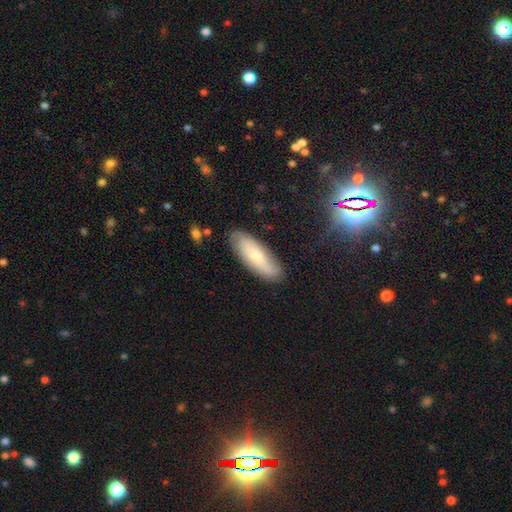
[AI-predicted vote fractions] This appears to be a smooth galaxy with no disk features (59%) that is in between round and cigar-shaped (63%). Merging: none (83%).